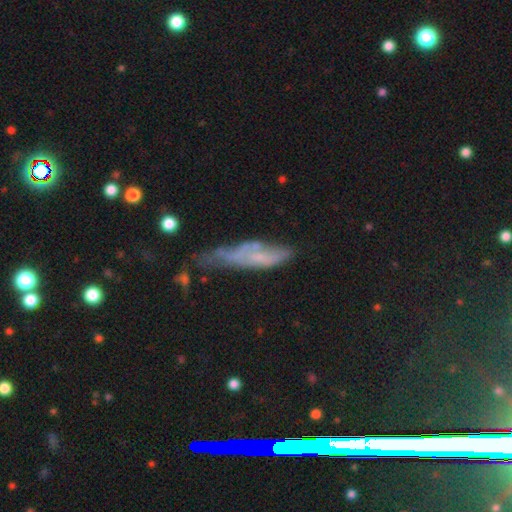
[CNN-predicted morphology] featured or disk 44%, smooth 41%, star or artifact 15%. Down the decision tree: merging — minor disturbance (32%).